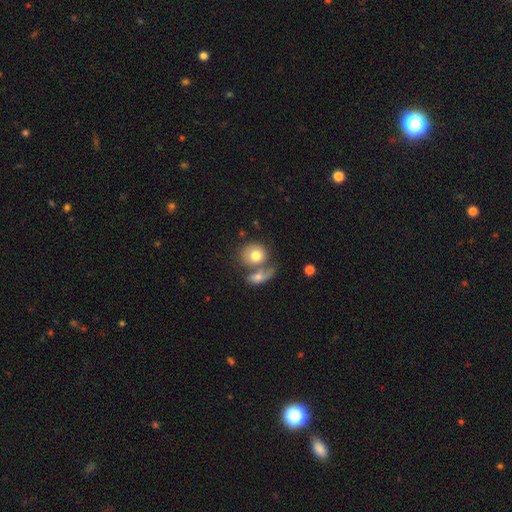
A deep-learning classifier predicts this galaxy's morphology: smooth 71%, featured or disk 22%, star or artifact 7%. Down the decision tree: how rounded — round (71%); merging — merger (46%).